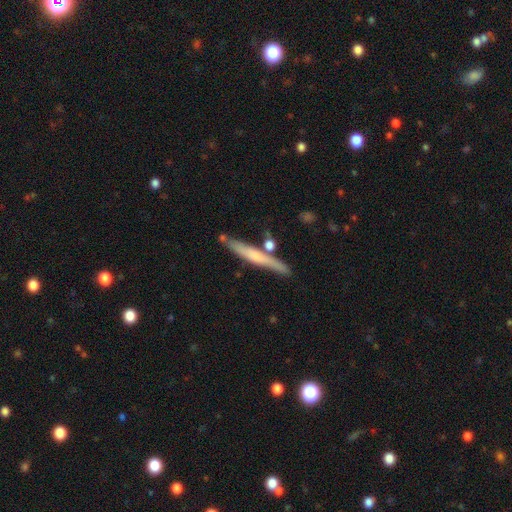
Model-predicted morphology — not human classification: A smooth galaxy with no disk features (50%). Merging: none (76%).